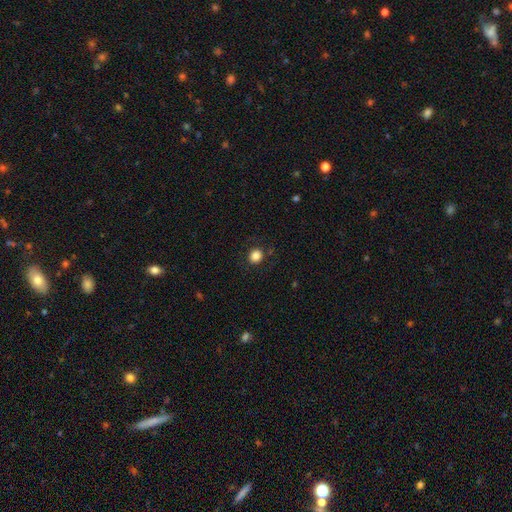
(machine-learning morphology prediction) Smooth or featured? smooth (85%)
How rounded? round (83%)
Merging? none (87%)